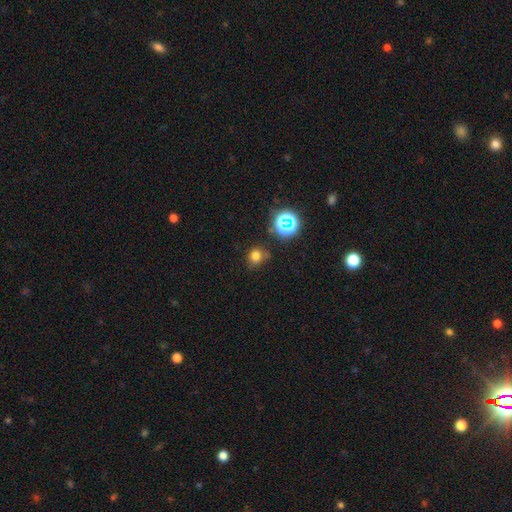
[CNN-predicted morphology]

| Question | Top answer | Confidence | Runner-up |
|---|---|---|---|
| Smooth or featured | smooth | 73% | star or artifact (21%) |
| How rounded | round | 77% | in between (22%) |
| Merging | none | 70% | minor disturbance (19%) |